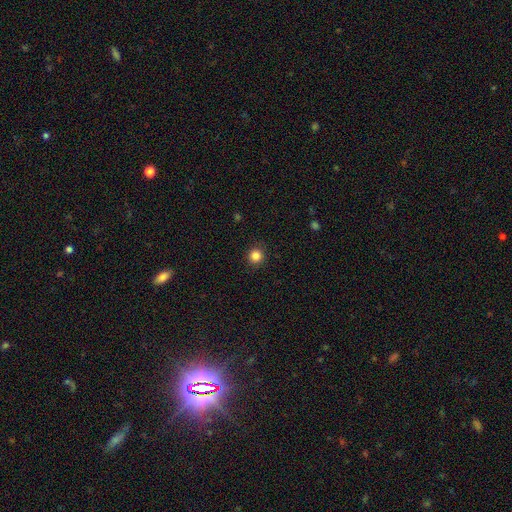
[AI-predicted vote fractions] Morphology: type=smooth (85%); roundness=round (95%); merging=none (92%).